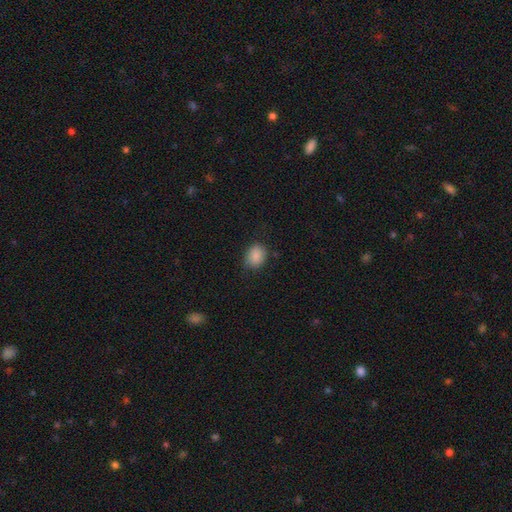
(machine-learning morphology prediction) Smooth or featured?
  - smooth: 88% *
  - star or artifact: 8%
  - featured or disk: 4%
How rounded?
  - in between: 62% *
  - round: 37%
  - cigar-shaped: 1%
Merging?
  - none: 76% *
  - minor disturbance: 19%
  - major disturbance: 4%
  - merger: 1%